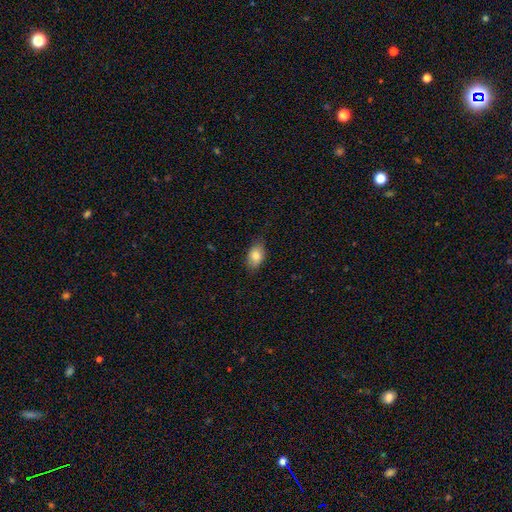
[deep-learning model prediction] smooth-or-featured: smooth: 82% | featured or disk: 11% | star or artifact: 8%
  how-rounded: in between: 87% | round: 11% | cigar-shaped: 2%
  merging: none: 80% | minor disturbance: 16% | major disturbance: 3% | merger: 1%